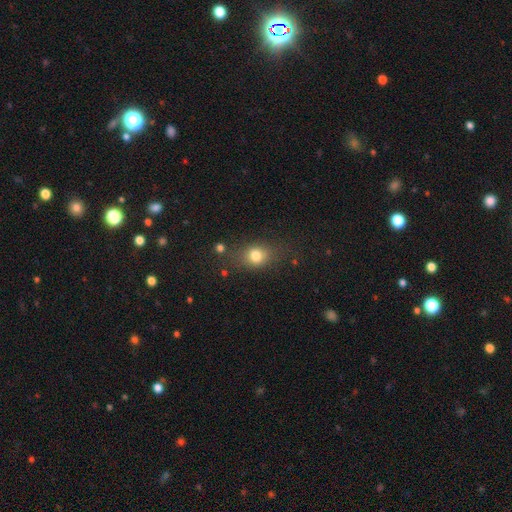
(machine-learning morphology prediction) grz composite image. It shows a smooth galaxy with no disk features (78%) that is in between round and cigar-shaped (50%). Merging: none (70%).